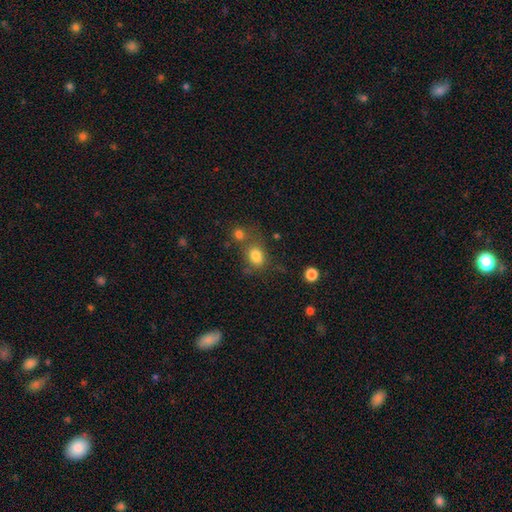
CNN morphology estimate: smooth 81%, star or artifact 12%, featured or disk 8%. Down the decision tree: how rounded — in between (60%); merging — none (53%).